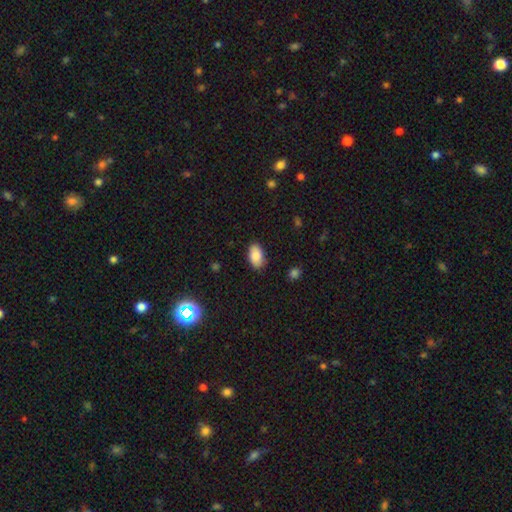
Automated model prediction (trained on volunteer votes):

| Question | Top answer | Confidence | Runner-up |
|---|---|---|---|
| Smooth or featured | smooth | 85% | star or artifact (8%) |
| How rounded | in between | 92% | round (7%) |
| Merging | none | 83% | minor disturbance (13%) |